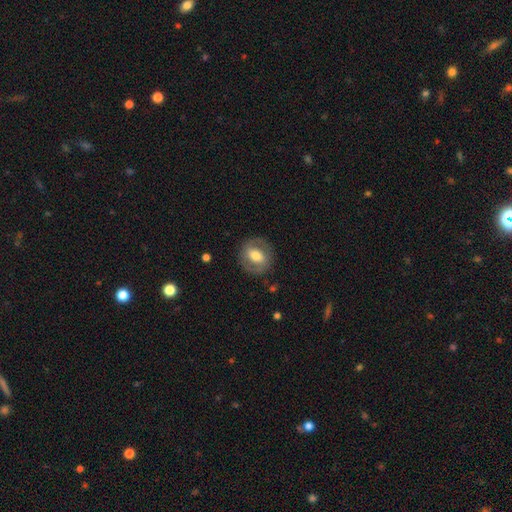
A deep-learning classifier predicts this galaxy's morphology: A featured or disk galaxy (47%, tied with smooth).

Vote fractions:
- Smooth or featured? featured or disk: 47% (tied) / smooth: 47% (tied) / star or artifact: 7%
- Merging? none: 82% / minor disturbance: 11% / major disturbance: 6% / merger: 1%